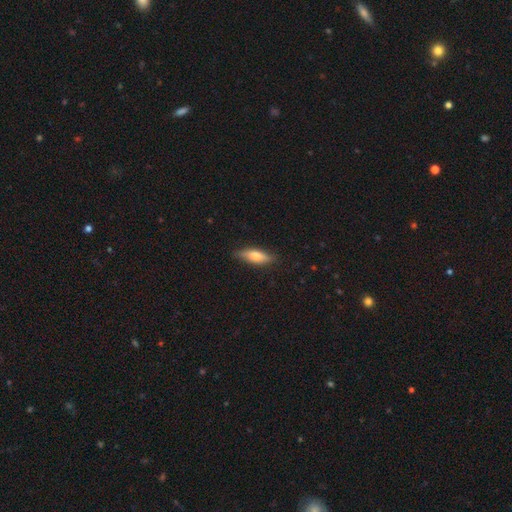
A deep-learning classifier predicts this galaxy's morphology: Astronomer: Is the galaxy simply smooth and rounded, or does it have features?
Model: smooth — 67%.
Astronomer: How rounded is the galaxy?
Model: in between — 50% (runner-up: cigar-shaped, 48%).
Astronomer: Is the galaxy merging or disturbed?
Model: none — 83%.